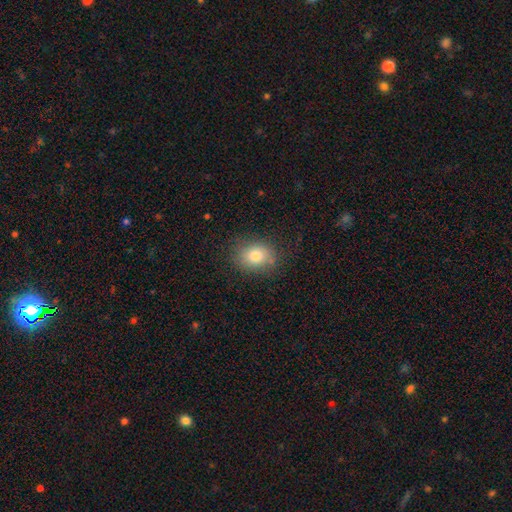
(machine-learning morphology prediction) A smooth galaxy with no disk features (79%) that is round (51%).

Vote fractions:
- Smooth or featured? smooth: 79% / featured or disk: 11% / star or artifact: 11%
- How rounded? round: 51% / in between: 48% / cigar-shaped: 1%
- Merging? none: 79% / minor disturbance: 15% / major disturbance: 4% / merger: 2%